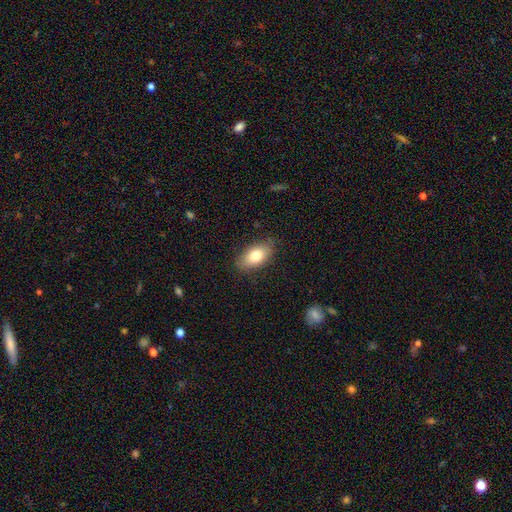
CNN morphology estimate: type=smooth (79%); roundness=in between (91%); merging=none (83%).